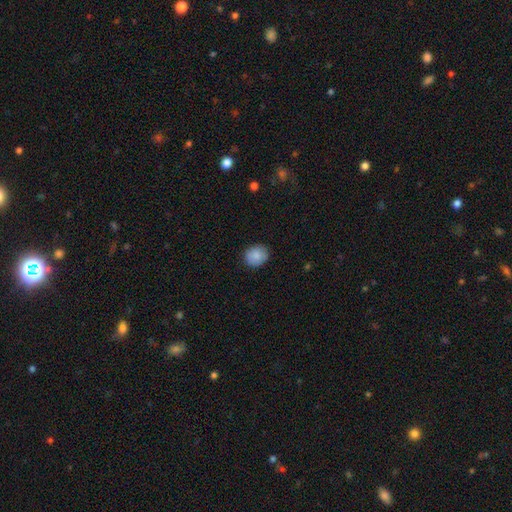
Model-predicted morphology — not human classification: This appears to be a smooth galaxy with no disk features (87%) that is round (70%). Merging: none (86%).